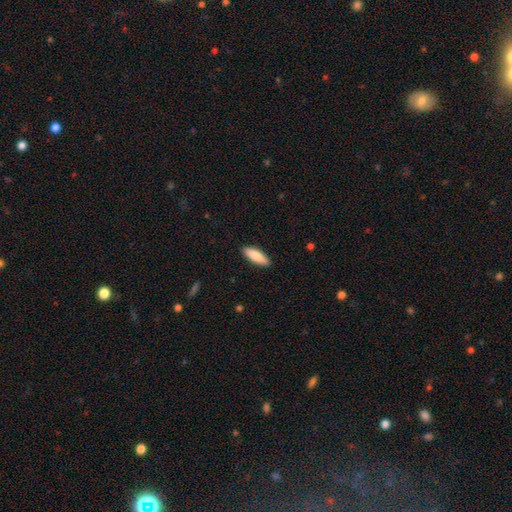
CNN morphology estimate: This is clearly a smooth galaxy (86%). How rounded: possibly in between (56%). Merging: clearly none (89%).